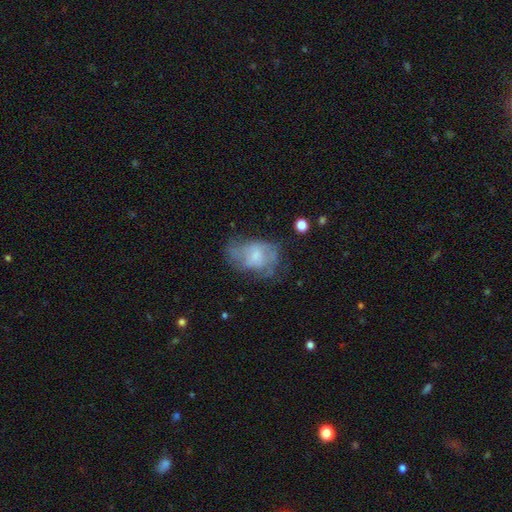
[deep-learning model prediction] Smooth or featured? featured or disk (49%)
Merging? none (41%)